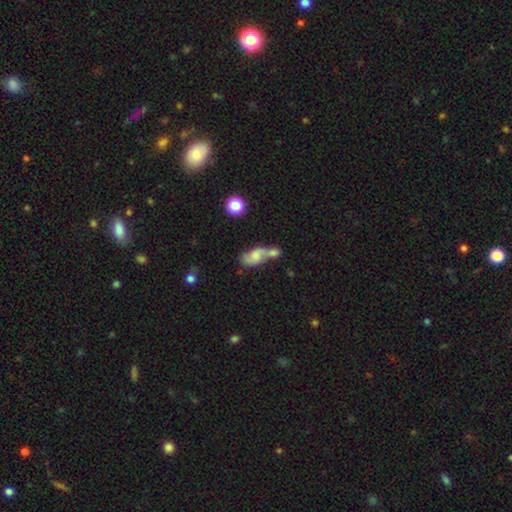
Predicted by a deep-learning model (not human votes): smooth-or-featured: smooth: 46% | featured or disk: 44% | star or artifact: 10%
  merging: merger: 57% | none: 22% | minor disturbance: 12% | major disturbance: 9%